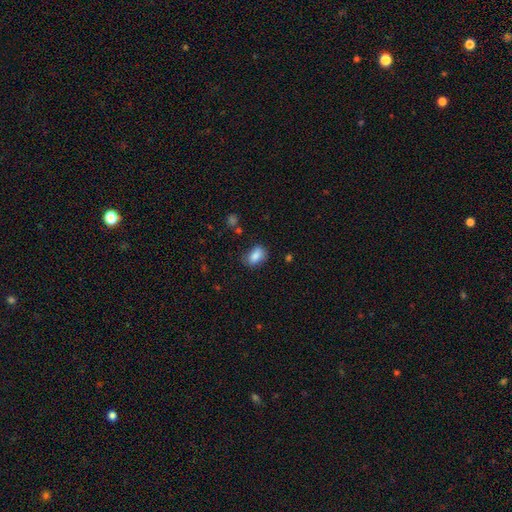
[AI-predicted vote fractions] smooth 85%, star or artifact 8%, featured or disk 6%. Down the decision tree: how rounded — in between (85%); merging — none (72%).